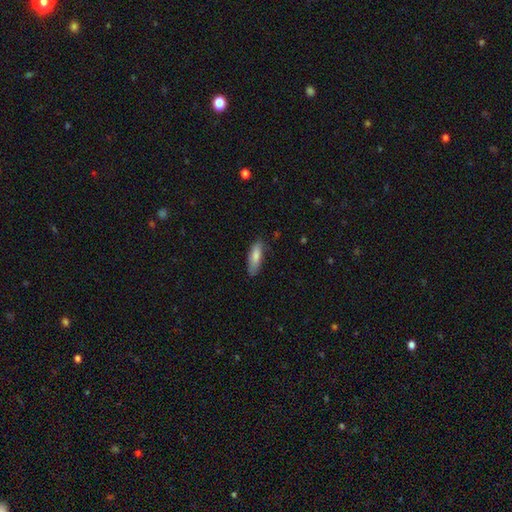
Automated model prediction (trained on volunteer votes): Overall: smooth (81%). How rounded: in between (54%; cigar-shaped 44%). Merging: none (73%).